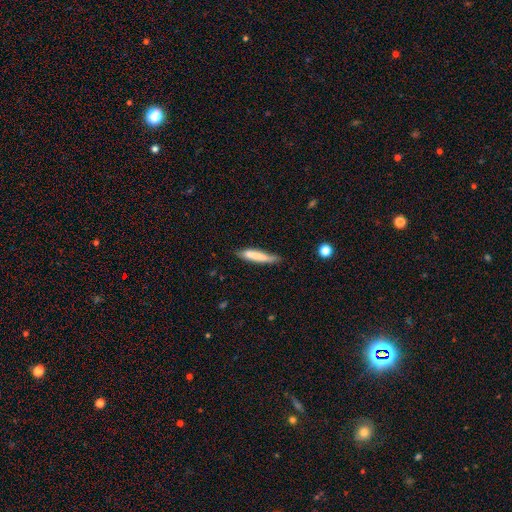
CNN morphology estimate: smooth_or_featured: smooth (p=0.76) [alt: featured or disk p=0.18]
how_rounded: cigar-shaped (p=0.88) [alt: in between p=0.10]
merging: none (p=0.64) [alt: minor disturbance p=0.27]